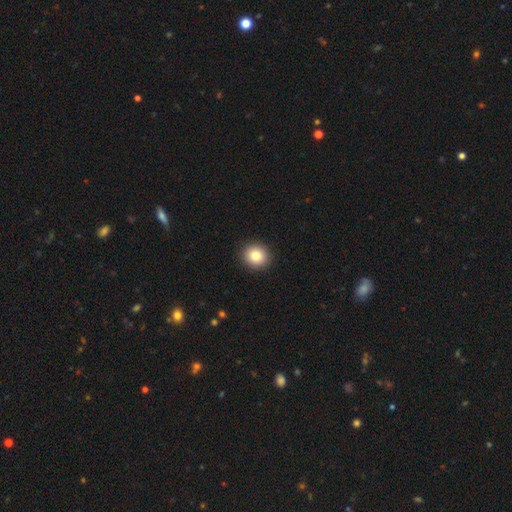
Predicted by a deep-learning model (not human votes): smooth 83%, star or artifact 10%, featured or disk 7%. Down the decision tree: how rounded — round (88%); merging — none (92%).